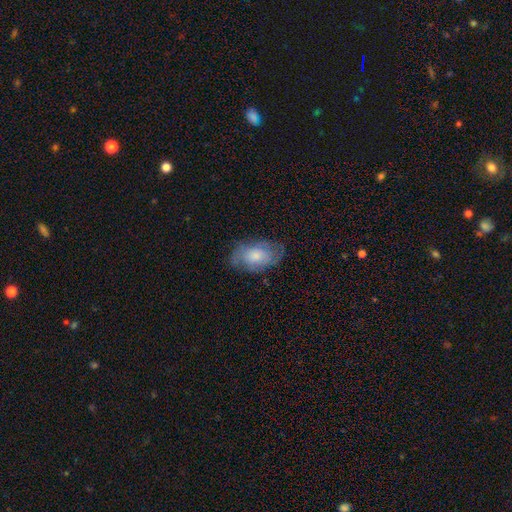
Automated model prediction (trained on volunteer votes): Morphology: type=smooth (58%); roundness=in between (90%); merging=none (65%).